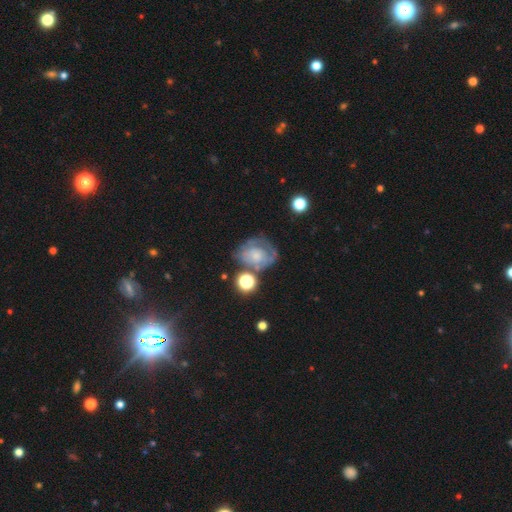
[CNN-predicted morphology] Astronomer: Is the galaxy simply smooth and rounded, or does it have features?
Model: featured or disk — 54% (runner-up: smooth, 35%).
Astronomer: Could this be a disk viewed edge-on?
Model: no — 97%.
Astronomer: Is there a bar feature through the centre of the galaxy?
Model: no — 82%.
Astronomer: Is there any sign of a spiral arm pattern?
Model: yes — 59% (runner-up: no, 41%).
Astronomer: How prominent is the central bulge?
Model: small — 48% (runner-up: moderate, 26%).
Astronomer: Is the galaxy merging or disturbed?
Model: none — 45% (runner-up: minor disturbance, 25%).